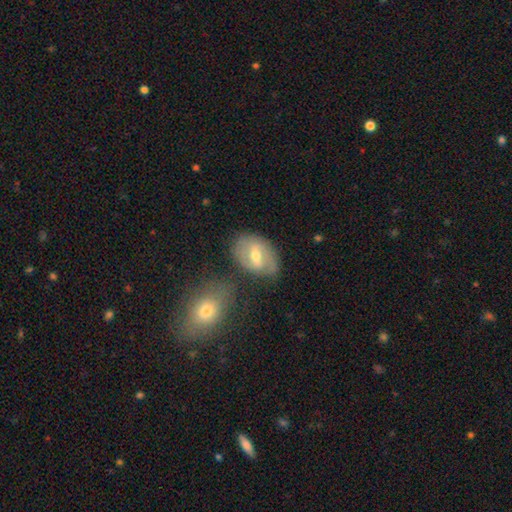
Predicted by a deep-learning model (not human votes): A featured or disk galaxy (61%) with a weak bar (51%), spiral arms (67%) and a moderate central bulge (63%).

Vote fractions:
- Smooth or featured? featured or disk: 61% / smooth: 32% / star or artifact: 7%
- Edge-on disk? no: 94% / yes: 6%
- Bar? weak: 51% / strong: 32% / no: 17%
- Spiral arms? yes: 67% / no: 33%
- Bulge size? moderate: 63% / small: 32% / large: 3% / none: 1% / dominant: 1%
- Merging? none: 64% / minor disturbance: 21% / merger: 9% / major disturbance: 7%